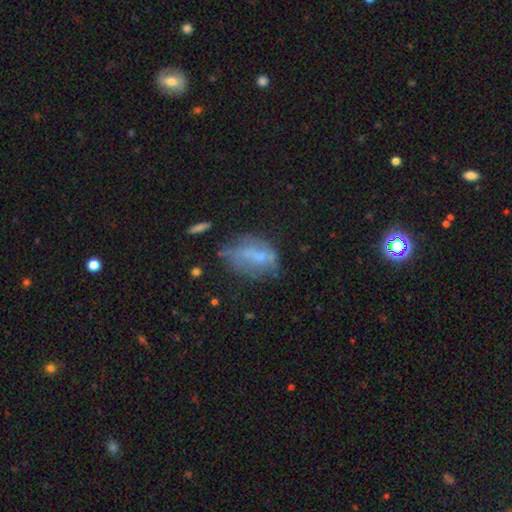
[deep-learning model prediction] Overall: smooth (47%; featured or disk 41%). Merging: none (41%; minor disturbance 30%).